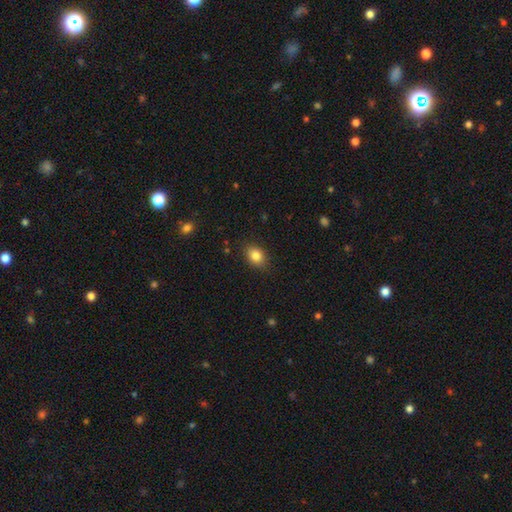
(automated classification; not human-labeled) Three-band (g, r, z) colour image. It shows a smooth galaxy with no disk features (84%) that is in between round and cigar-shaped (69%). Merging: none (85%).